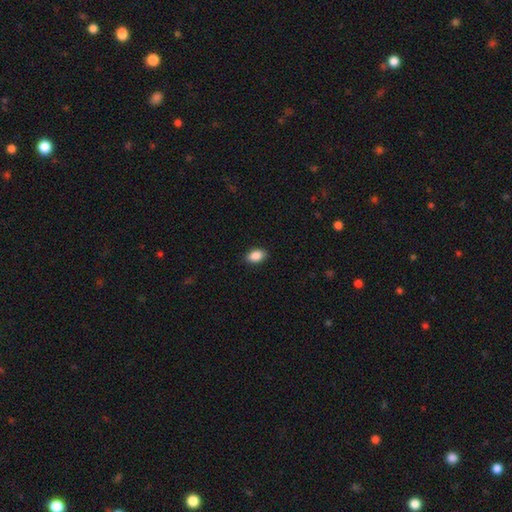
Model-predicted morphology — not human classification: smooth_or_featured: smooth (p=0.88) [alt: star or artifact p=0.08]
how_rounded: in between (p=0.89) [alt: round p=0.09]
merging: none (p=0.88) [alt: minor disturbance p=0.09]